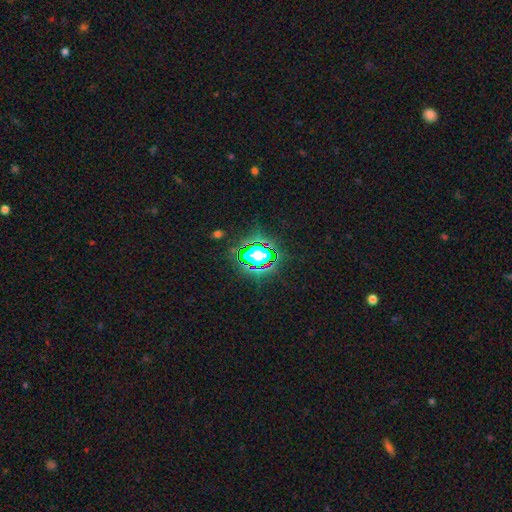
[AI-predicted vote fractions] This appears to be a star or artifact, not a galaxy (80%).